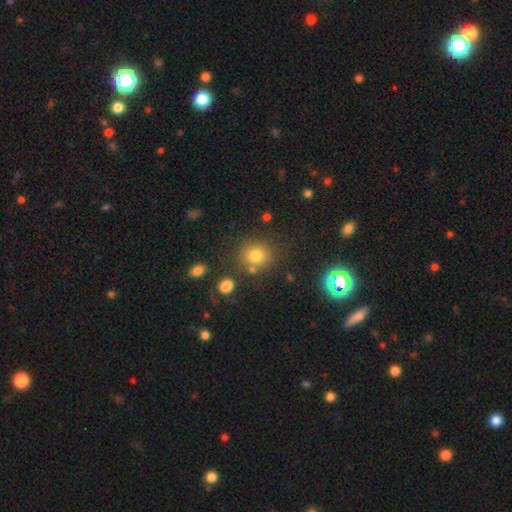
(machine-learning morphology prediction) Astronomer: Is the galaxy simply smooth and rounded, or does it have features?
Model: smooth — 77%.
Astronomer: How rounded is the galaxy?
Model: round — 85%.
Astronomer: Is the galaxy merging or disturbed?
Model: none — 77%.